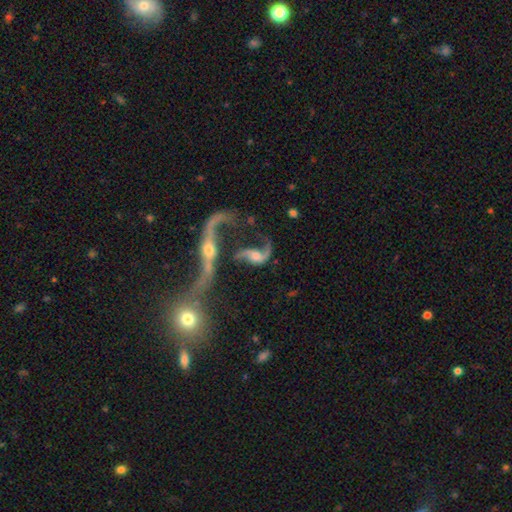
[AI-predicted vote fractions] Smooth or featured? Predicted: featured or disk (p=0.83). Edge-on disk? Predicted: no (p=0.93). Bar? Predicted: no (p=0.55). Spiral arms? Predicted: yes (p=0.90). Spiral winding? Predicted: loose (p=0.87). Spiral arm count? Predicted: 2 (p=0.81). Bulge size? Predicted: moderate (p=0.41). Merging? Predicted: merger (p=0.44).